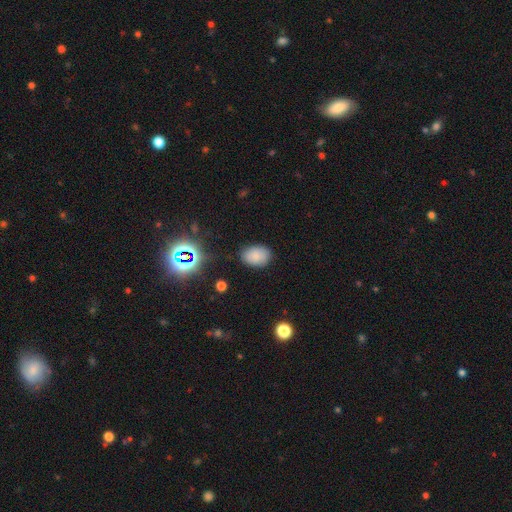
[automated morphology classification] This appears to be a smooth galaxy with no disk features (81%) that is in between round and cigar-shaped (78%). Merging: none (83%).